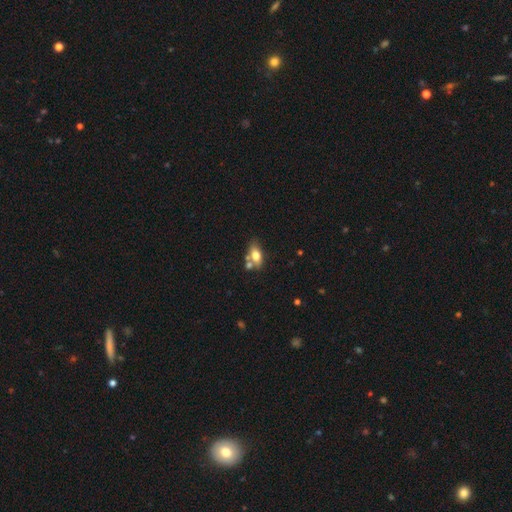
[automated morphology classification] Q: Smooth or featured?
A: smooth (71%); runner-up: featured or disk (21%)
Q: How rounded?
A: in between (84%); runner-up: round (8%)
Q: Merging?
A: none (52%); runner-up: merger (27%)